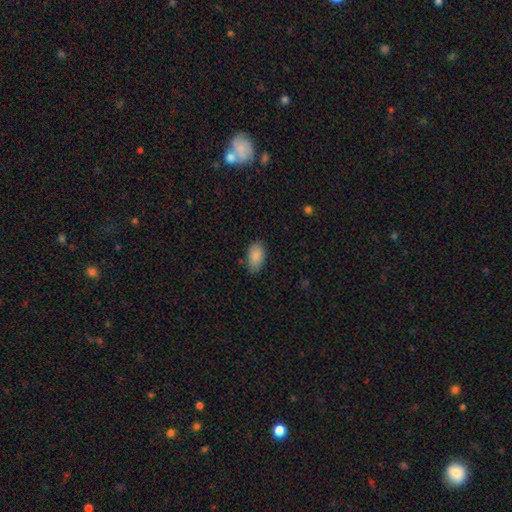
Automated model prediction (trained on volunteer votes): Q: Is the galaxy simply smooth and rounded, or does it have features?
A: smooth — 87%.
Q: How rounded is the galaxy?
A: in between — 93%.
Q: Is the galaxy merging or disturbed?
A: none — 73%.